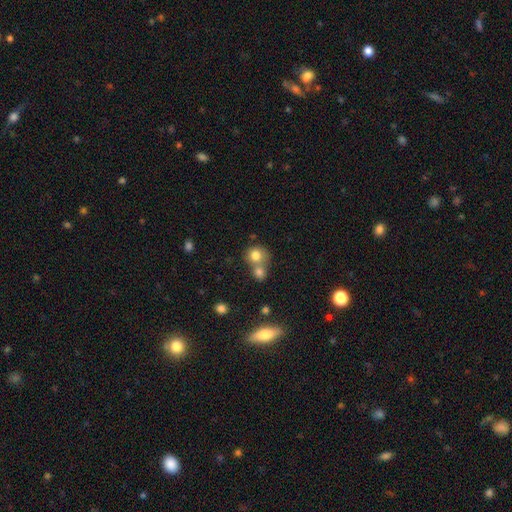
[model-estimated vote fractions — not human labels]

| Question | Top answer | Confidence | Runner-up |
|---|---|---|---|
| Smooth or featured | smooth | 78% | featured or disk (11%) |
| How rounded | round | 80% | in between (19%) |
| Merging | merger | 50% | none (39%) |